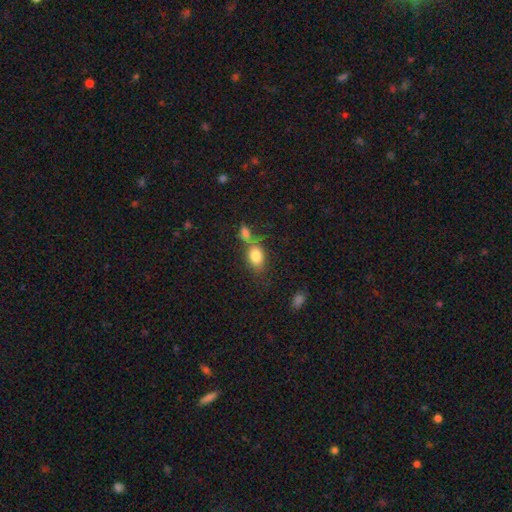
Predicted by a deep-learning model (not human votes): A smooth galaxy with no disk features (81%) that is in between round and cigar-shaped (75%).

Vote fractions:
- Smooth or featured? smooth: 81% / featured or disk: 10% / star or artifact: 9%
- How rounded? in between: 75% / round: 23% / cigar-shaped: 2%
- Merging? none: 44% / merger: 38% / minor disturbance: 12% / major disturbance: 6%